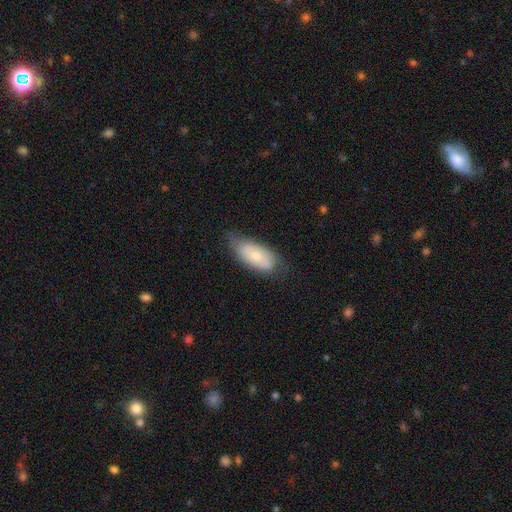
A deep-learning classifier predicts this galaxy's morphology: This appears to be a smooth galaxy with no disk features (63%) that is in between round and cigar-shaped (87%). Merging: none (63%).